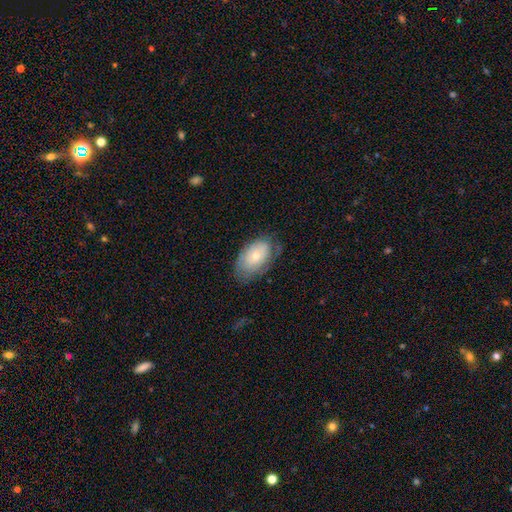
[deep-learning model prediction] smooth-or-featured: smooth: 57% | featured or disk: 36% | star or artifact: 7%
  how-rounded: in between: 92% | round: 7% | cigar-shaped: 1%
  merging: none: 65% | minor disturbance: 26% | major disturbance: 8% | merger: 1%